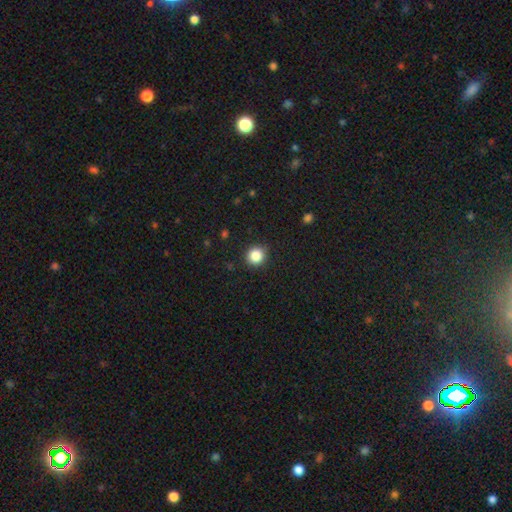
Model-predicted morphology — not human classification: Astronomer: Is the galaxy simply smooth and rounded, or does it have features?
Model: smooth — 85%.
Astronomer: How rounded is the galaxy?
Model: round — 91%.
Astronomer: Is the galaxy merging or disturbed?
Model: none — 90%.